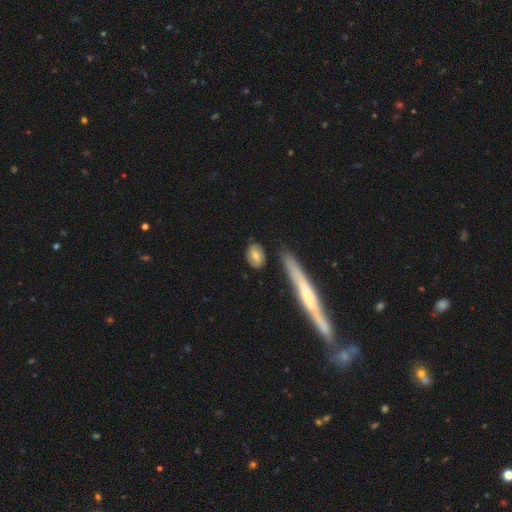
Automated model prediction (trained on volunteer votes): Smooth or featured?
  - smooth: 74% *
  - featured or disk: 20%
  - star or artifact: 7%
How rounded?
  - in between: 68% *
  - round: 21%
  - cigar-shaped: 10%
Merging?
  - none: 76% *
  - minor disturbance: 14%
  - merger: 5%
  - major disturbance: 4%